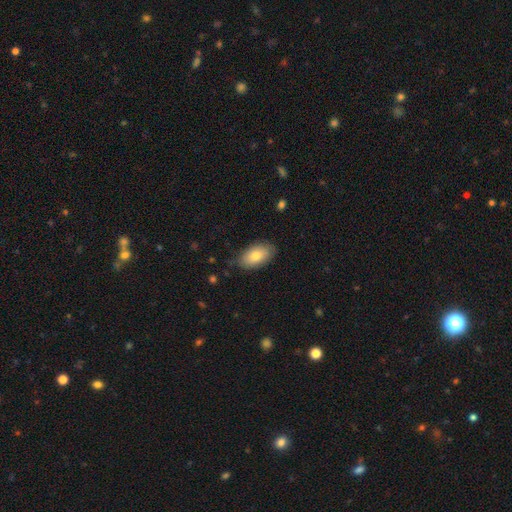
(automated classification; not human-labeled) A smooth galaxy with no disk features (79%) that is in between round and cigar-shaped (93%). Merging: none (80%).